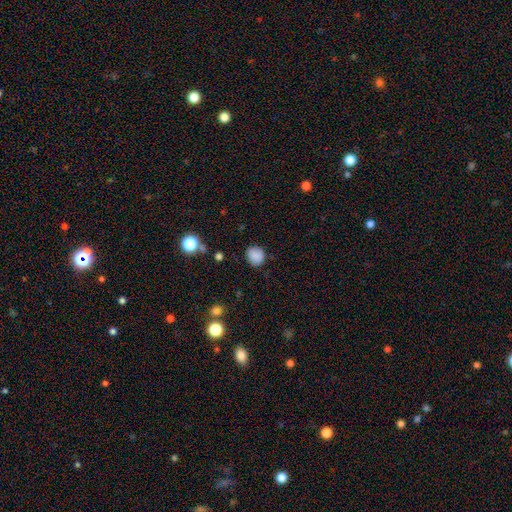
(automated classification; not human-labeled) Q: Smooth or featured?
A: smooth (86%); runner-up: star or artifact (10%)
Q: How rounded?
A: round (76%); runner-up: in between (23%)
Q: Merging?
A: none (81%); runner-up: minor disturbance (14%)